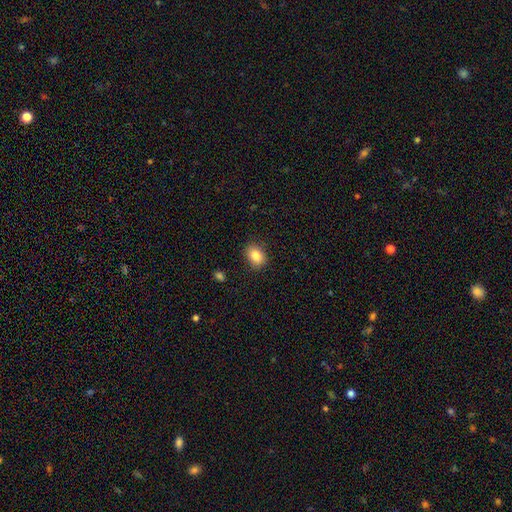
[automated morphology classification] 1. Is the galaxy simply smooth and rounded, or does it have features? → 84% smooth, 9% star or artifact, 7% featured or disk.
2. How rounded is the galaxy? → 70% in between, 29% round, 1% cigar-shaped.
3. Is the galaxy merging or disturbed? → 86% none, 10% minor disturbance, 2% major disturbance, 1% merger.